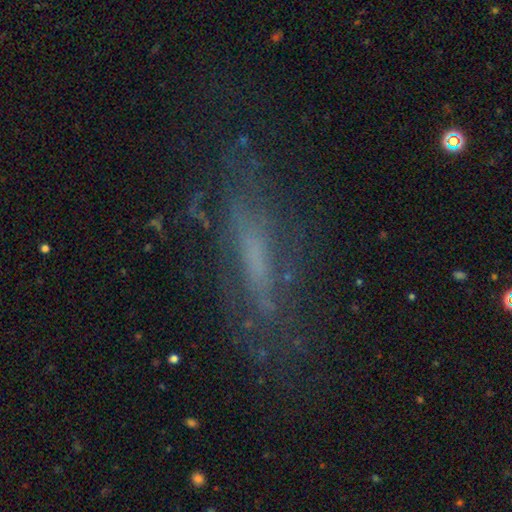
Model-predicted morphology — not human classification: Smooth or featured?
  - featured or disk: 56% *
  - smooth: 28%
  - star or artifact: 16%
Edge-on disk?
  - yes: 51% *
  - no: 49%
Merging?
  - none: 70% *
  - minor disturbance: 18%
  - major disturbance: 10%
  - merger: 2%